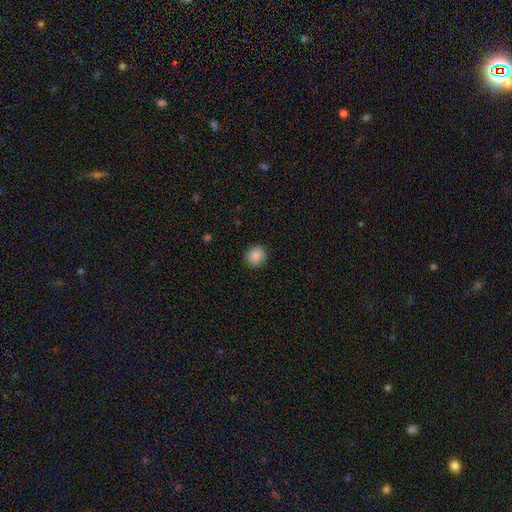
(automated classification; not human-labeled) A smooth galaxy with no disk features (87%) that is round (90%).

Vote fractions:
- Smooth or featured? smooth: 87% / star or artifact: 8% / featured or disk: 5%
- How rounded? round: 90% / in between: 9% / cigar-shaped: 1%
- Merging? none: 89% / minor disturbance: 8% / major disturbance: 2% / merger: 1%